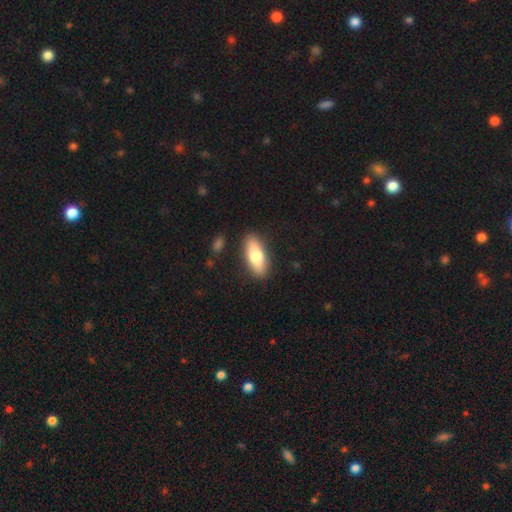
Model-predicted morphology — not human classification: A smooth galaxy with no disk features (73%) that is in between round and cigar-shaped (70%).

Vote fractions:
- Smooth or featured? smooth: 73% / featured or disk: 21% / star or artifact: 6%
- How rounded? in between: 70% / cigar-shaped: 27% / round: 3%
- Merging? none: 87% / minor disturbance: 9% / major disturbance: 2% / merger: 2%